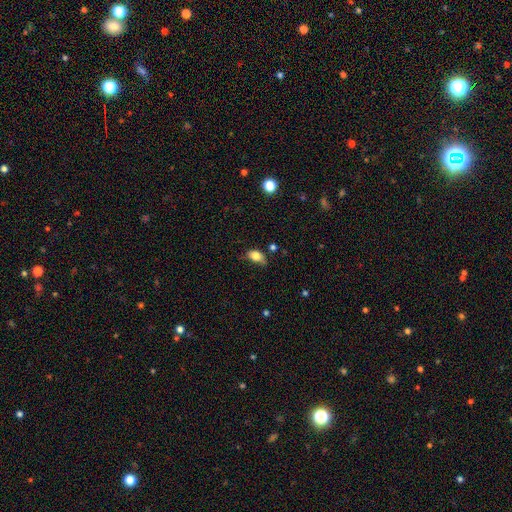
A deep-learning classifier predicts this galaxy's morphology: Overall: smooth (80%). How rounded: in between (85%). Merging: none (50%; minor disturbance 37%).